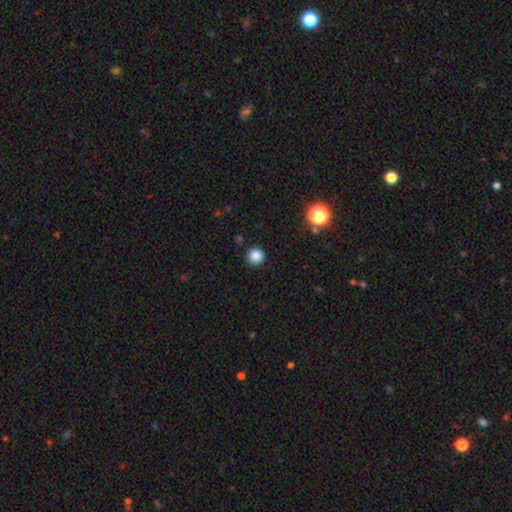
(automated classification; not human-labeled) This is clearly a smooth galaxy (85%). How rounded: clearly round (95%). Merging: clearly none (90%).